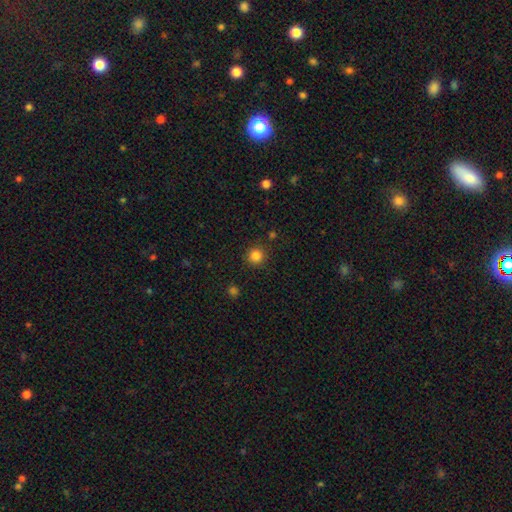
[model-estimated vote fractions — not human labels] Smooth or featured? Predicted: smooth (p=0.84). How rounded? Predicted: round (p=0.94). Merging? Predicted: none (p=0.89).